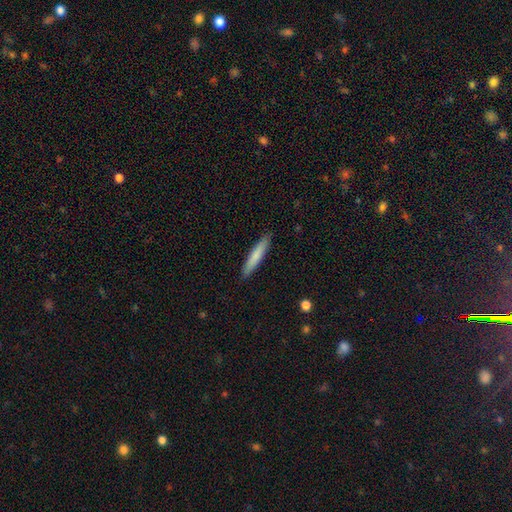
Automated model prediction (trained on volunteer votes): This appears to be a smooth galaxy with no disk features (76%) that is cigar-shaped (92%). Merging: none (90%).